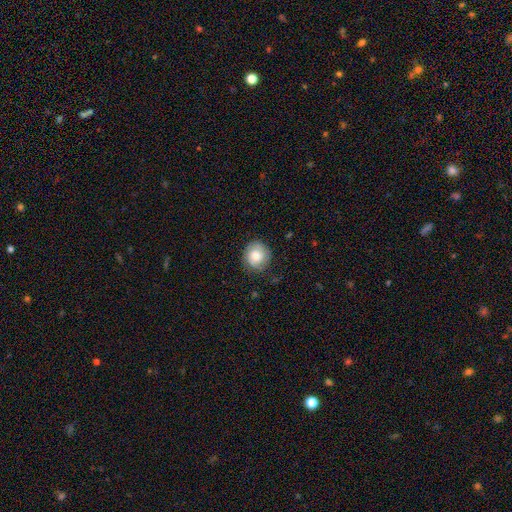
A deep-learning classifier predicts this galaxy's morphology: A smooth galaxy with no disk features (74%) that is round (87%).

Vote fractions:
- Smooth or featured? smooth: 74% / featured or disk: 18% / star or artifact: 8%
- How rounded? round: 87% / in between: 12% / cigar-shaped: 1%
- Merging? none: 80% / minor disturbance: 15% / major disturbance: 4% / merger: 1%